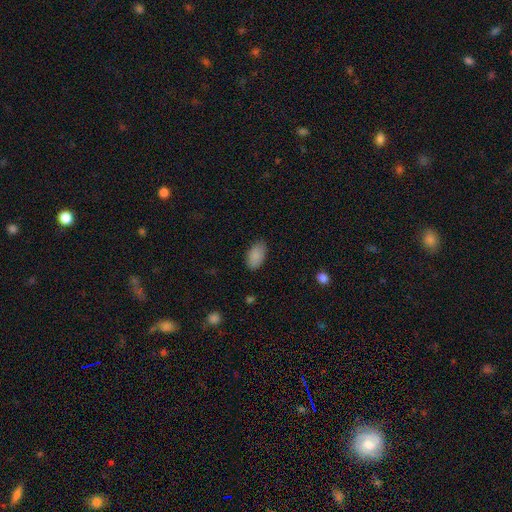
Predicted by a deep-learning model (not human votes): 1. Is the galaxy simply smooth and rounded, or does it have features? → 88% smooth, 7% star or artifact, 5% featured or disk.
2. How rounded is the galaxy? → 94% in between, 5% round, 2% cigar-shaped.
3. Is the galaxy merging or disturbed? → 83% none, 14% minor disturbance, 3% major disturbance, 1% merger.